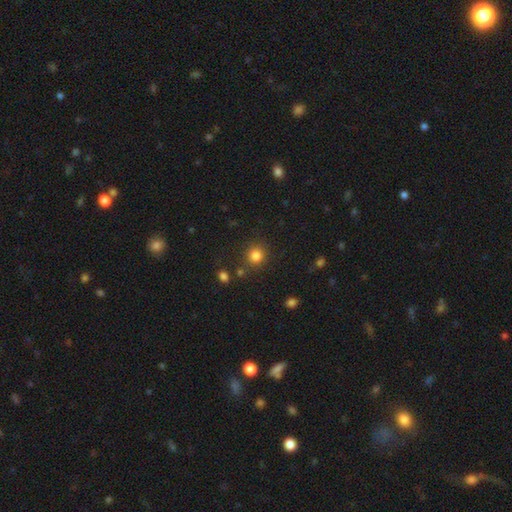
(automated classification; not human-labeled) Smooth or featured? Predicted: smooth (p=0.82). How rounded? Predicted: round (p=0.90). Merging? Predicted: none (p=0.83).